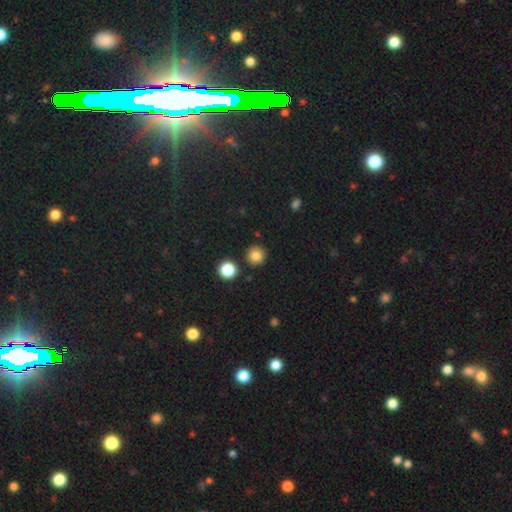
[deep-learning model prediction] A smooth galaxy with no disk features (83%) that is round (93%). Merging: none (88%).